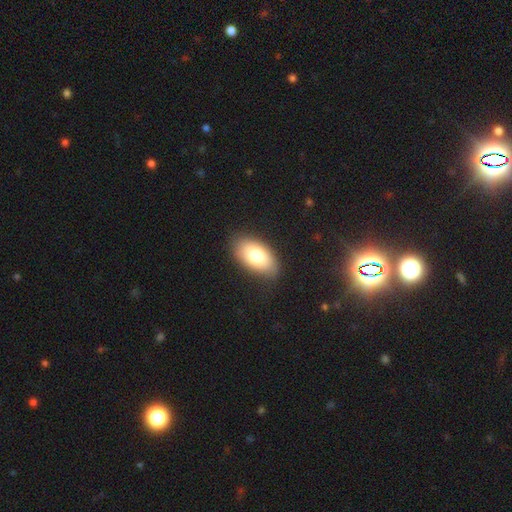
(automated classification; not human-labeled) This is likely a smooth galaxy (78%). How rounded: clearly in between (94%). Merging: clearly none (84%).